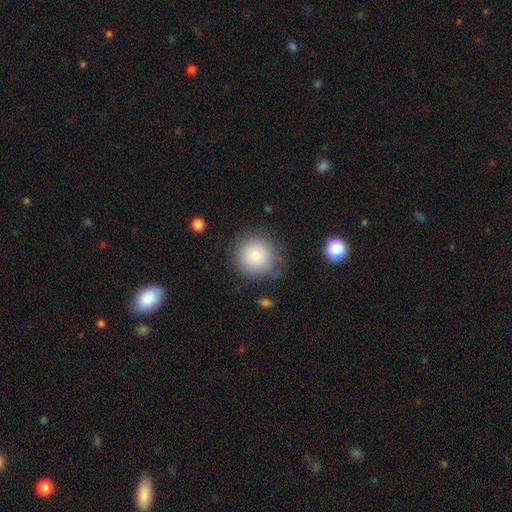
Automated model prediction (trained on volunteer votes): This is likely a smooth galaxy (79%). How rounded: clearly round (95%). Merging: clearly none (81%).